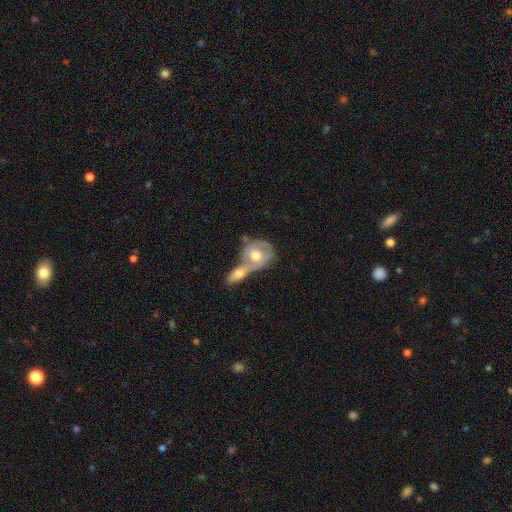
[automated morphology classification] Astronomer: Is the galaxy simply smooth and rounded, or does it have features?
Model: featured or disk — 48% (runner-up: smooth, 46%).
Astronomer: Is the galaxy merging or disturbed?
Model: merger — 69%.